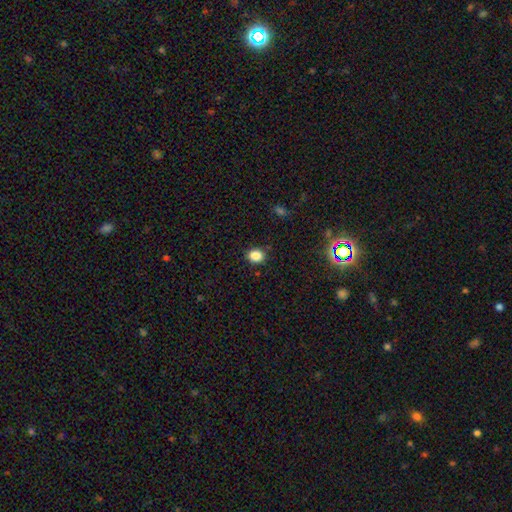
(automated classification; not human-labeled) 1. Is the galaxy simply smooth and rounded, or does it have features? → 85% smooth, 11% star or artifact, 4% featured or disk.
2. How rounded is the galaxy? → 52% round, 47% in between, 1% cigar-shaped.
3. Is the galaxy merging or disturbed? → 86% none, 10% minor disturbance, 3% major disturbance, 2% merger.